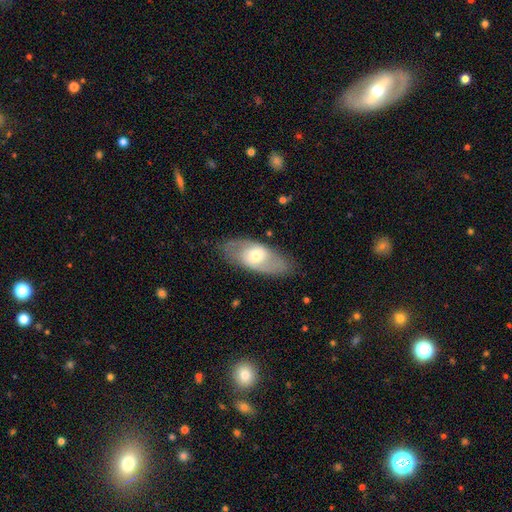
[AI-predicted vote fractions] This is possibly a featured or disk galaxy (52%). It is clearly not viewed edge-on (85%). Merging: clearly none (81%).